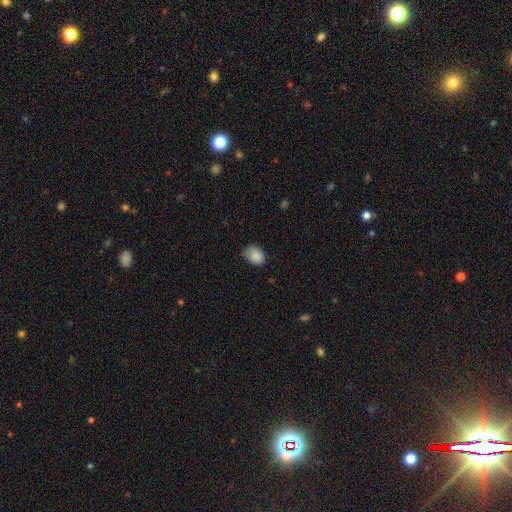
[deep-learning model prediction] A smooth galaxy with no disk features (85%) that is in between round and cigar-shaped (63%).

Vote fractions:
- Smooth or featured? smooth: 85% / featured or disk: 8% / star or artifact: 8%
- How rounded? in between: 63% / round: 36% / cigar-shaped: 1%
- Merging? none: 49% / minor disturbance: 38% / major disturbance: 12% / merger: 2%